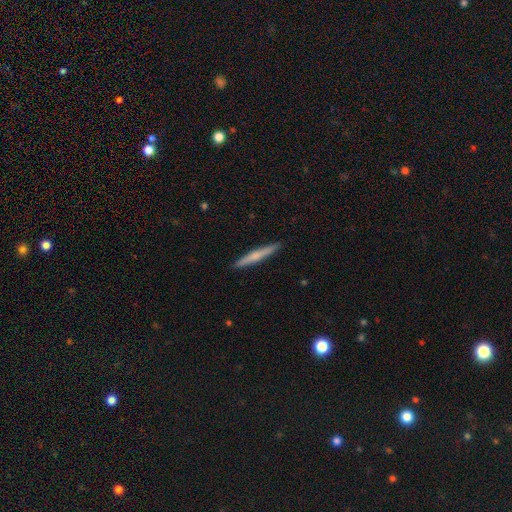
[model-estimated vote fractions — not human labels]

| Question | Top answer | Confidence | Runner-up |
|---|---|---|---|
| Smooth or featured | smooth | 52% | featured or disk (42%) |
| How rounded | cigar-shaped | 96% | in between (3%) |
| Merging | none | 92% | minor disturbance (6%) |